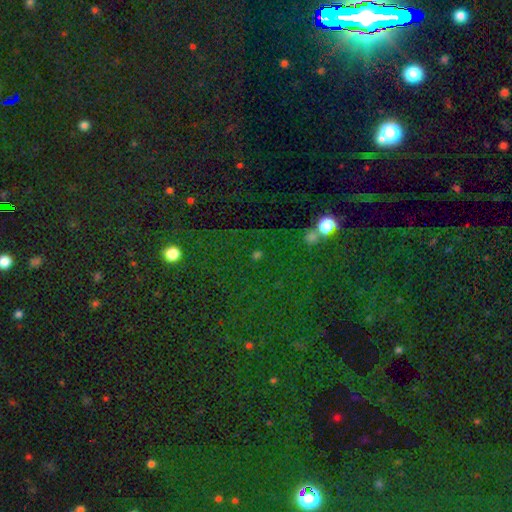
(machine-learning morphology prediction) type=star or artifact (77%).